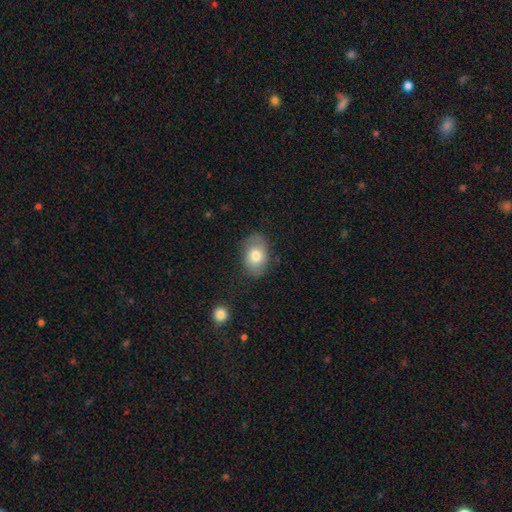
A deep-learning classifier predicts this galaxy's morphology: type=smooth (76%); roundness=in between (78%); merging=none (77%).